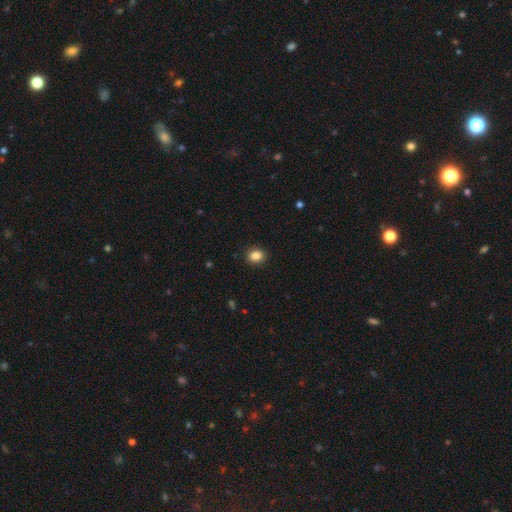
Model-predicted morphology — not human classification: This appears to be a smooth galaxy with no disk features (86%) that is round (56%). Merging: none (90%).